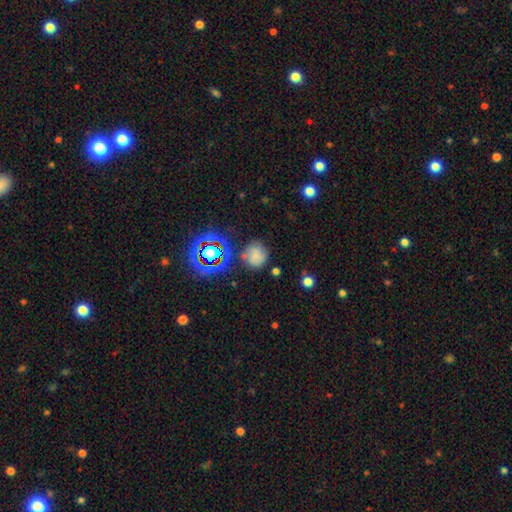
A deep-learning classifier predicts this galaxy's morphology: This is likely a smooth galaxy (65%). How rounded: clearly round (83%). Merging: likely none (67%).